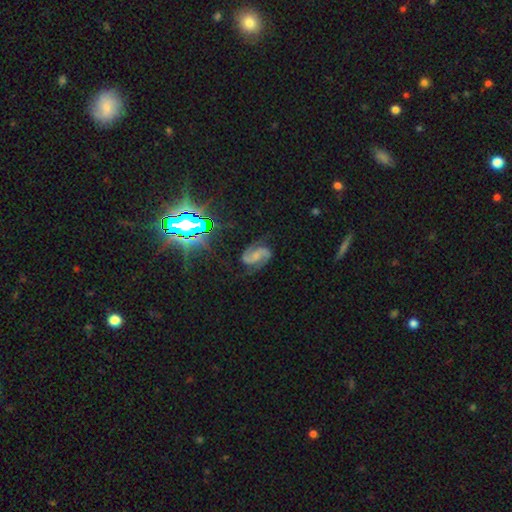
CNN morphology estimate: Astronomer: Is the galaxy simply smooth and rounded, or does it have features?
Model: featured or disk — 84%.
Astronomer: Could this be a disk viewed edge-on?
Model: no — 98%.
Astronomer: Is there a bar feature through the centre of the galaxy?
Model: no — 43% (runner-up: weak, 39%).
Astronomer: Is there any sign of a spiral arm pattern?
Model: yes — 97%.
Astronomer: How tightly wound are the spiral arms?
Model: medium — 54%.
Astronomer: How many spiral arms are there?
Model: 2 — 93%.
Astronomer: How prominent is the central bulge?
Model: small — 42% (runner-up: none, 31%).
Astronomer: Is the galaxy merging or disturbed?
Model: none — 75%.